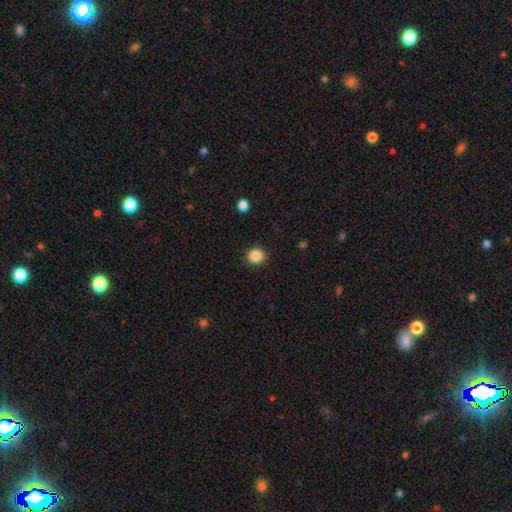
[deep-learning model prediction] Smooth or featured: smooth — 86% (star or artifact — 10%)
How rounded: round — 90% (in between — 9%)
Merging: none — 90% (minor disturbance — 6%)